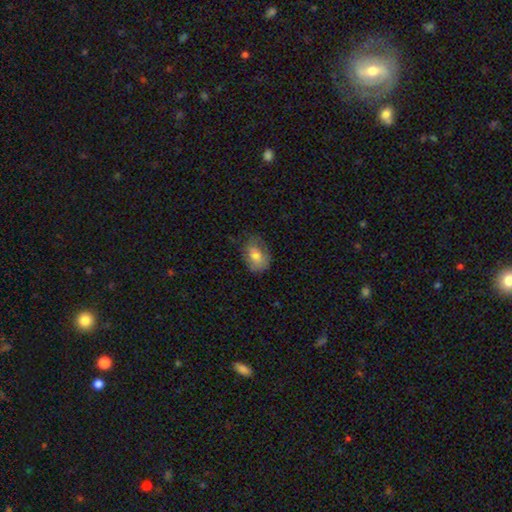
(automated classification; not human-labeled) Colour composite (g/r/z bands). It shows a smooth galaxy with no disk features (74%) that is in between round and cigar-shaped (77%). Merging: none (61%).